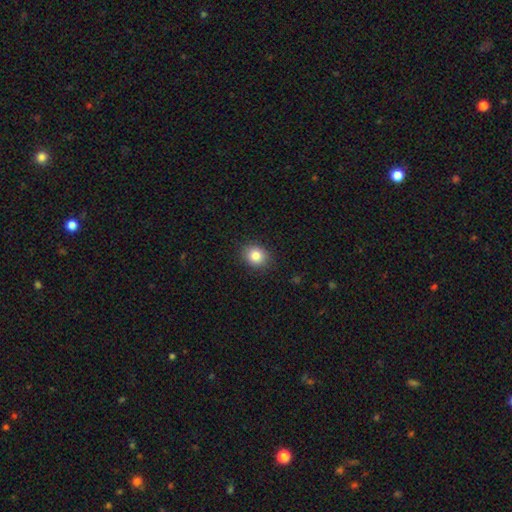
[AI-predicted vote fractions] smooth 84%, star or artifact 10%, featured or disk 6%. Down the decision tree: how rounded — round (69%); merging — none (89%).